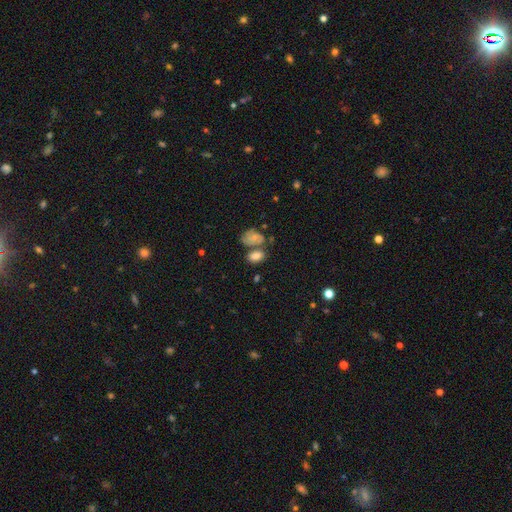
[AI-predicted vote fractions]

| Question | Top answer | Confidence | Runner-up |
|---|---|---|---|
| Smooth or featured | smooth | 70% | featured or disk (20%) |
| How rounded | in between | 82% | round (16%) |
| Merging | none | 47% | merger (32%) |